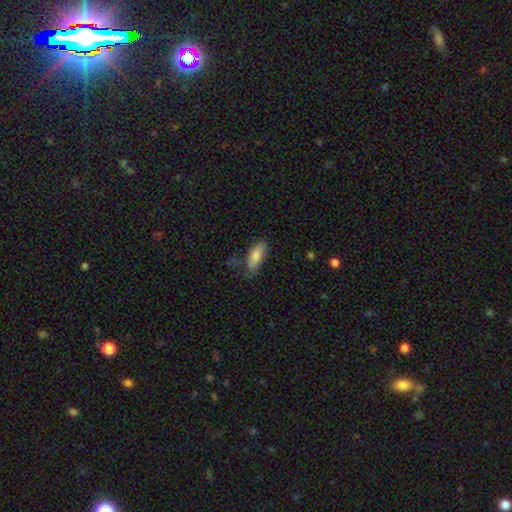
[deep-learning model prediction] Smooth or featured? smooth (81%)
How rounded? in between (71%)
Merging? none (68%)